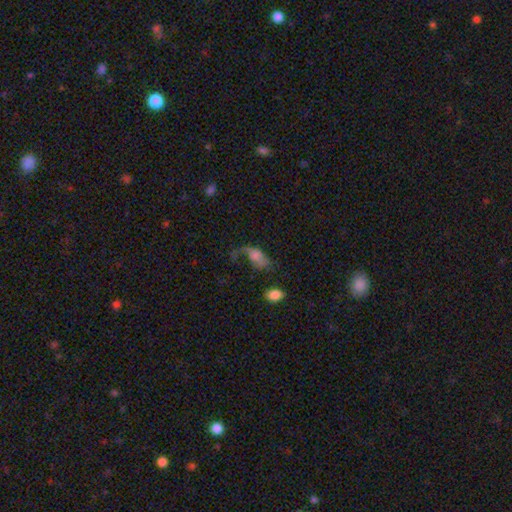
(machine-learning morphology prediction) This appears to be a smooth galaxy with no disk features (54%) that is in between round and cigar-shaped (84%). Merging: major disturbance (49%).